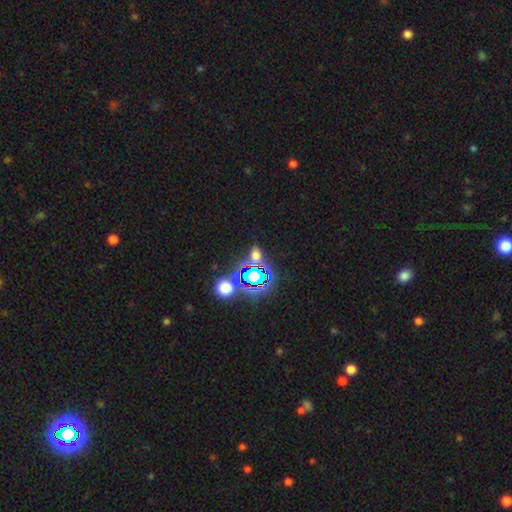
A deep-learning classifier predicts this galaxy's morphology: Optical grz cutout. It shows a star or artifact, not a galaxy (51%).